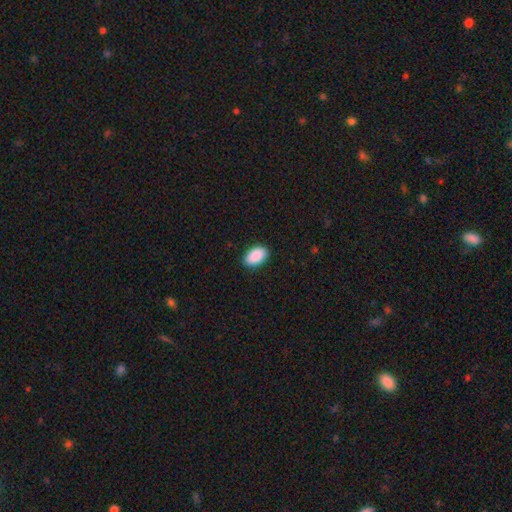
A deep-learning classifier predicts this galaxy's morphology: Smooth or featured?
  - smooth: 91% *
  - star or artifact: 6%
  - featured or disk: 2%
How rounded?
  - in between: 93% *
  - round: 5%
  - cigar-shaped: 1%
Merging?
  - none: 89% *
  - minor disturbance: 8%
  - major disturbance: 2%
  - merger: 1%